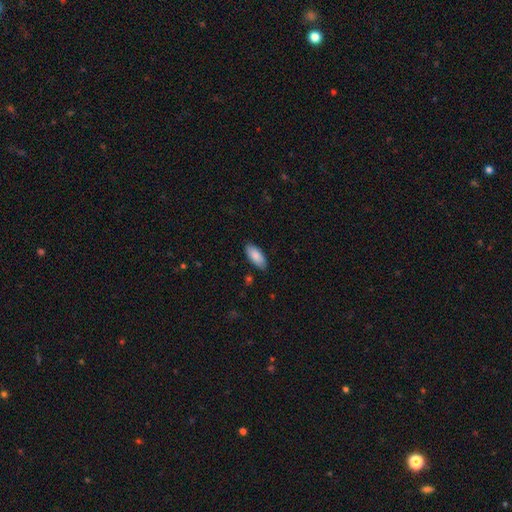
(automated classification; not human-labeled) Smooth or featured?
  - smooth: 87% *
  - featured or disk: 8%
  - star or artifact: 6%
How rounded?
  - in between: 87% *
  - cigar-shaped: 11%
  - round: 2%
Merging?
  - none: 85% *
  - minor disturbance: 12%
  - major disturbance: 2%
  - merger: 1%